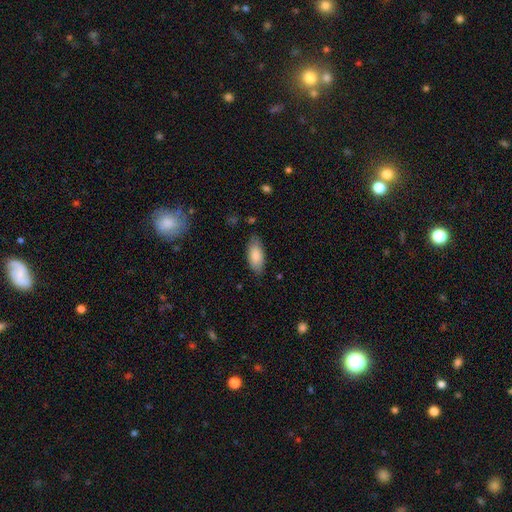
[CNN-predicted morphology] type=smooth (85%); roundness=in between (87%); merging=none (81%).